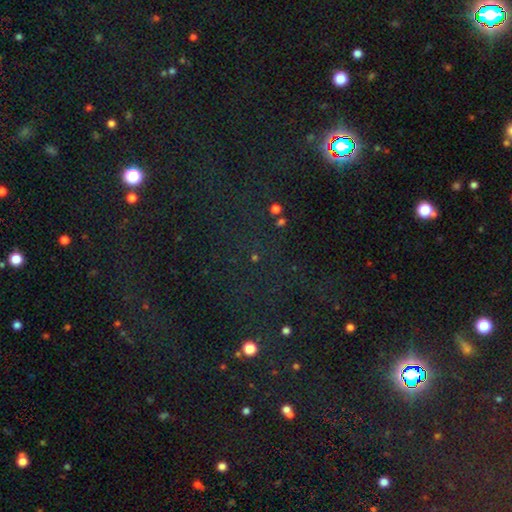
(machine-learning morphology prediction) Q: Smooth or featured?
A: star or artifact (75%); runner-up: smooth (16%)